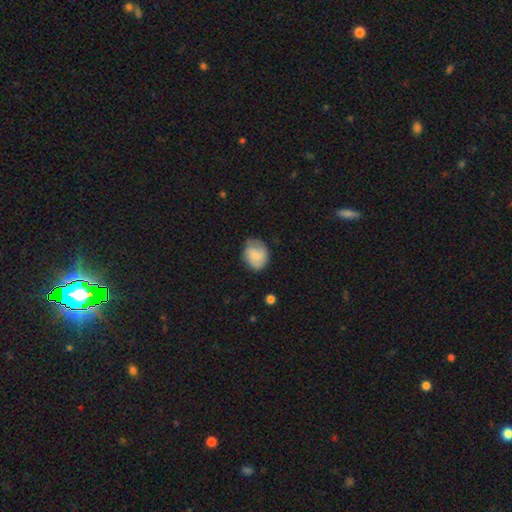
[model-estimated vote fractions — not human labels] This is likely a smooth galaxy (72%). How rounded: possibly round (50%). Merging: likely none (62%).